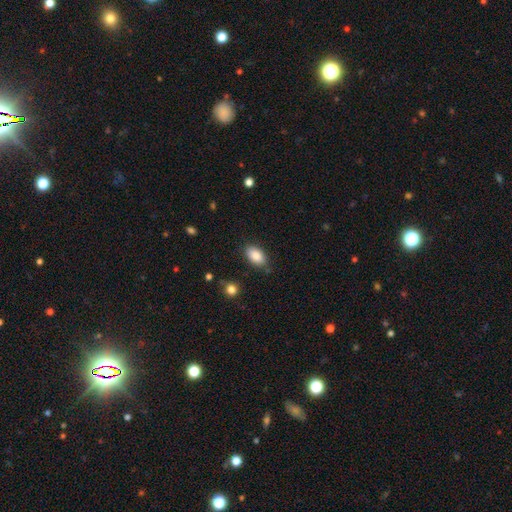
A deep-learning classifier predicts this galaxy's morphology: smooth-or-featured: smooth: 86% | star or artifact: 7% | featured or disk: 7%
  how-rounded: in between: 92% | round: 6% | cigar-shaped: 2%
  merging: none: 83% | minor disturbance: 12% | major disturbance: 3% | merger: 2%